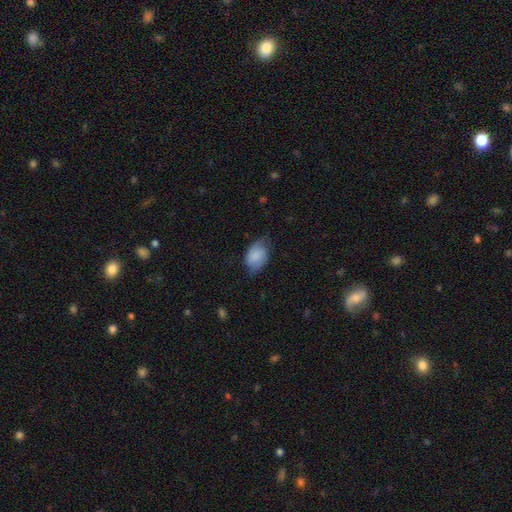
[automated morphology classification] Smooth or featured?
  - smooth: 74% *
  - featured or disk: 19%
  - star or artifact: 7%
How rounded?
  - in between: 86% *
  - round: 13%
  - cigar-shaped: 1%
Merging?
  - none: 57% *
  - minor disturbance: 32%
  - major disturbance: 9%
  - merger: 1%